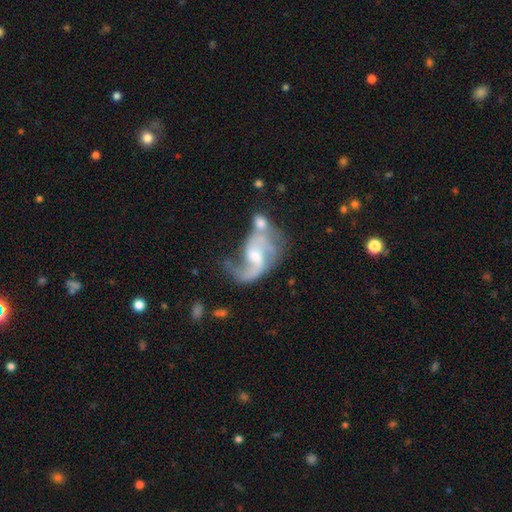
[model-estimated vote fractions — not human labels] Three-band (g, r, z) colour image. It shows a featured or disk galaxy (86%) with a weak bar (49%), 2 (77%) loose (56%) spiral arms (94%) and a moderate central bulge (43%). Merging: merger (32%).